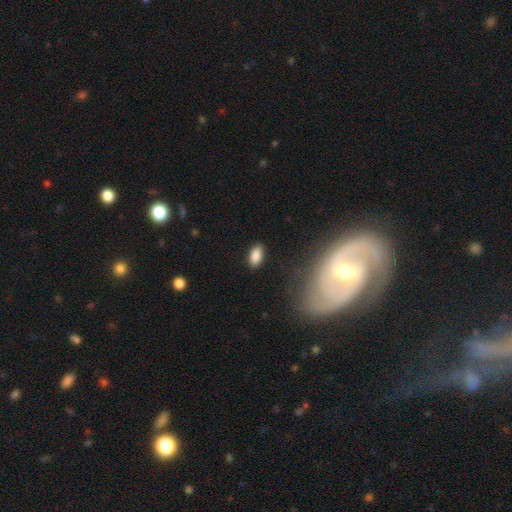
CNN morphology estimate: Q: Smooth or featured?
A: smooth (87%); runner-up: star or artifact (9%)
Q: How rounded?
A: in between (92%); runner-up: cigar-shaped (4%)
Q: Merging?
A: none (87%); runner-up: minor disturbance (10%)